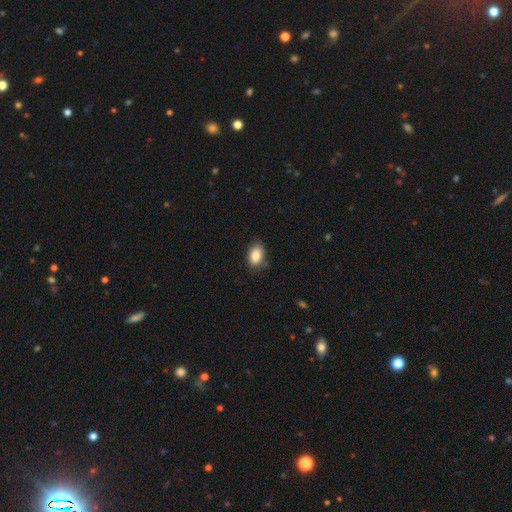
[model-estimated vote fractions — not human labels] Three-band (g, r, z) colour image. It shows a smooth galaxy with no disk features (86%) that is in between round and cigar-shaped (89%). Merging: none (80%).